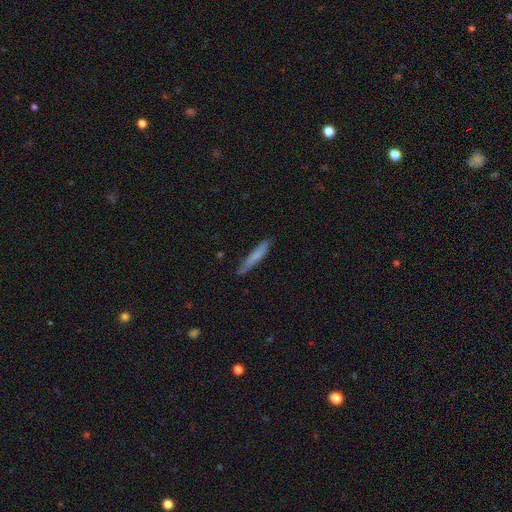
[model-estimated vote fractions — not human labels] Smooth or featured? smooth (69%)
How rounded? cigar-shaped (94%)
Merging? none (83%)